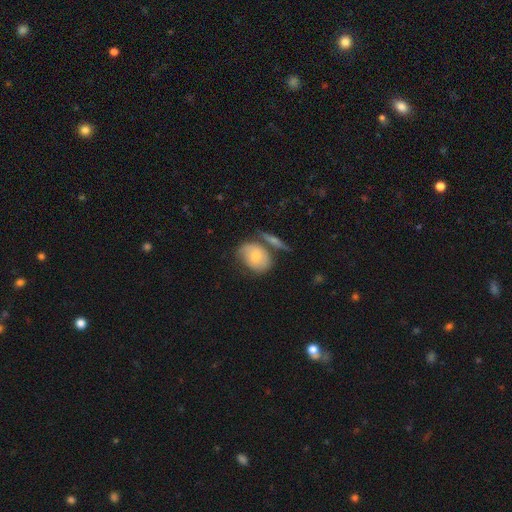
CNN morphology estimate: The model was most divided on "merging": none: 47%, merger: 24%, minor disturbance: 20%, major disturbance: 9%. More confident: how rounded — in between (65%); smooth or featured — smooth (60%).